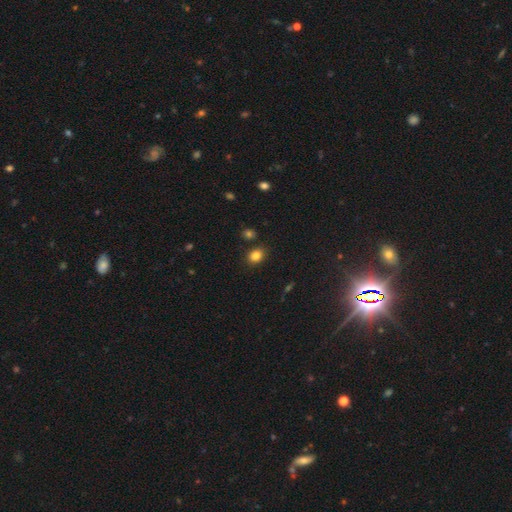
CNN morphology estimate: Smooth or featured? Predicted: smooth (p=0.84). How rounded? Predicted: in between (p=0.55). Merging? Predicted: none (p=0.83).